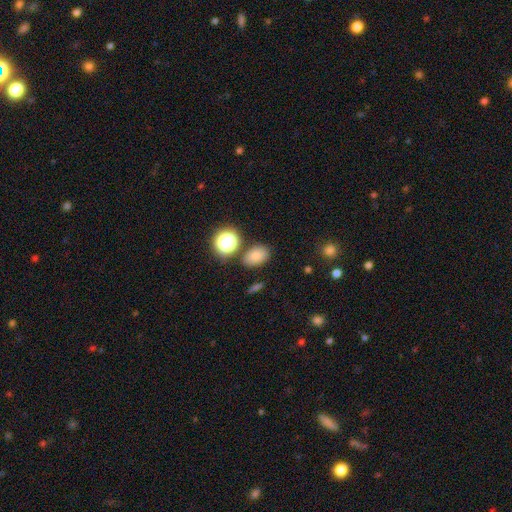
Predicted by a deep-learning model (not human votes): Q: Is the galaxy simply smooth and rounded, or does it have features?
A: smooth — 79%.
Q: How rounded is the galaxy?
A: in between — 75%.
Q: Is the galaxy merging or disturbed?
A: none — 79%.